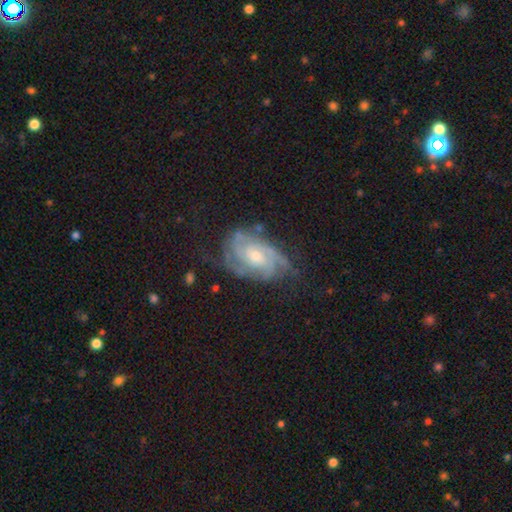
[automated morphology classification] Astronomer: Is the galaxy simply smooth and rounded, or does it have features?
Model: featured or disk — 85%.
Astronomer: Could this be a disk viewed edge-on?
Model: no — 96%.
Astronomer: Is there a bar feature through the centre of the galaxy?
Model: no — 63%.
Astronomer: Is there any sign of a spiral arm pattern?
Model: yes — 96%.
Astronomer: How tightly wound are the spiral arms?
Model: tight — 62%.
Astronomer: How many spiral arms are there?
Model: can't tell — 29% (runner-up: 3, 24%).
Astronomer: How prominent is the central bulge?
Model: moderate — 54% (runner-up: small, 40%).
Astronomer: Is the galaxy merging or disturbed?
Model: none — 66%.